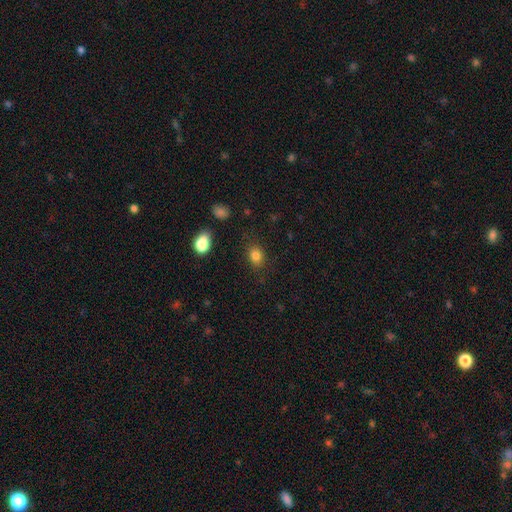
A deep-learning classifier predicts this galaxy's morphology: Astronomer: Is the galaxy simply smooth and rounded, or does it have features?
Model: smooth — 83%.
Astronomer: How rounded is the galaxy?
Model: in between — 55% (runner-up: round, 44%).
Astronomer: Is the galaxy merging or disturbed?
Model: none — 83%.